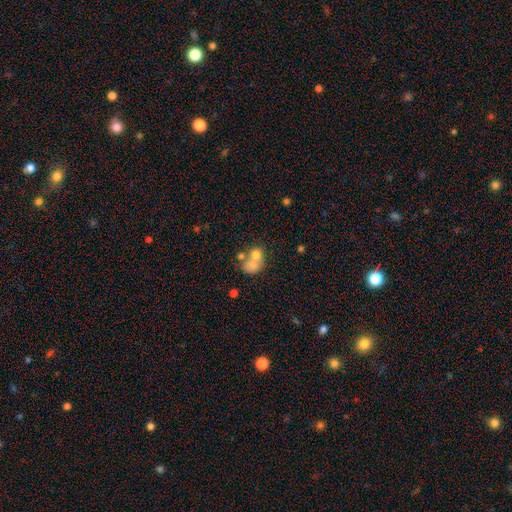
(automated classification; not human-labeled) Smooth or featured?
  - smooth: 69% *
  - featured or disk: 20%
  - star or artifact: 11%
How rounded?
  - round: 58% *
  - in between: 41%
  - cigar-shaped: 1%
Merging?
  - merger: 62% *
  - none: 25%
  - minor disturbance: 8%
  - major disturbance: 6%